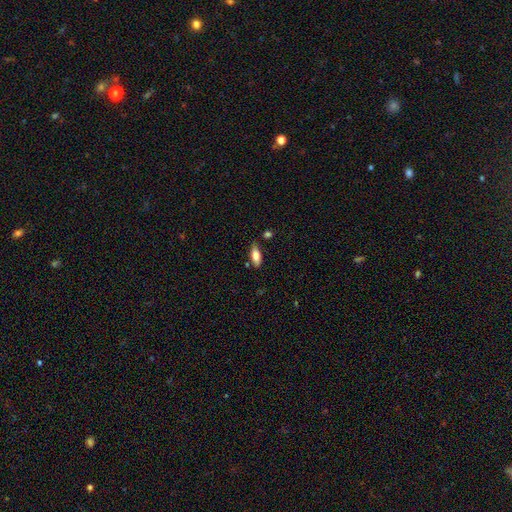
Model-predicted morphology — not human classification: Smooth or featured? smooth (75%)
How rounded? in between (80%)
Merging? none (78%)